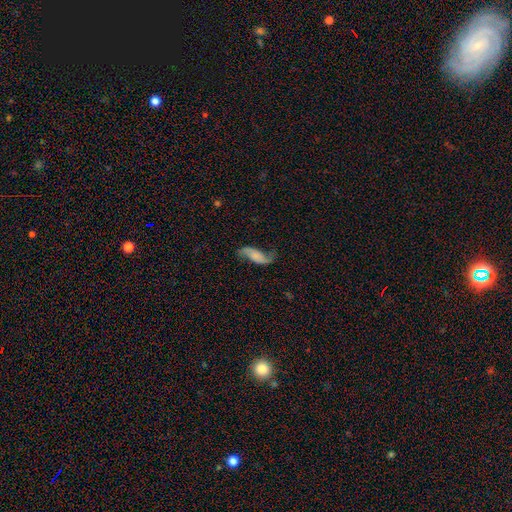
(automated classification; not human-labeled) Q: Smooth or featured?
A: featured or disk (67%); runner-up: smooth (25%)
Q: Edge-on disk?
A: no (92%); runner-up: yes (8%)
Q: Bar?
A: no (57%); runner-up: weak (29%)
Q: Spiral arms?
A: yes (93%); runner-up: no (7%)
Q: Spiral winding?
A: loose (80%); runner-up: medium (15%)
Q: Spiral arm count?
A: 2 (91%); runner-up: 1 (4%)
Q: Bulge size?
A: none (51%); runner-up: small (23%)
Q: Merging?
A: none (65%); runner-up: minor disturbance (21%)